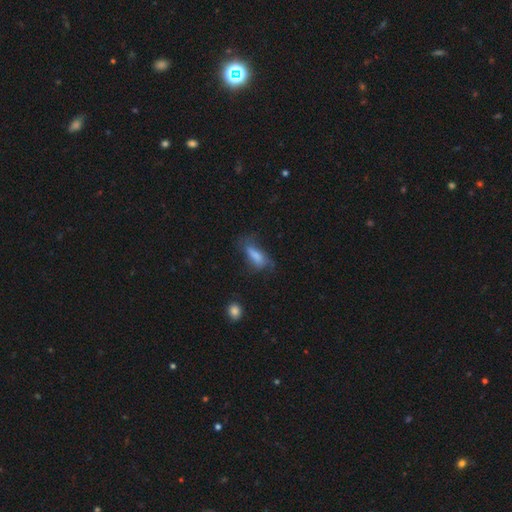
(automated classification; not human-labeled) Smooth or featured? smooth (67%)
How rounded? in between (68%)
Merging? none (43%)